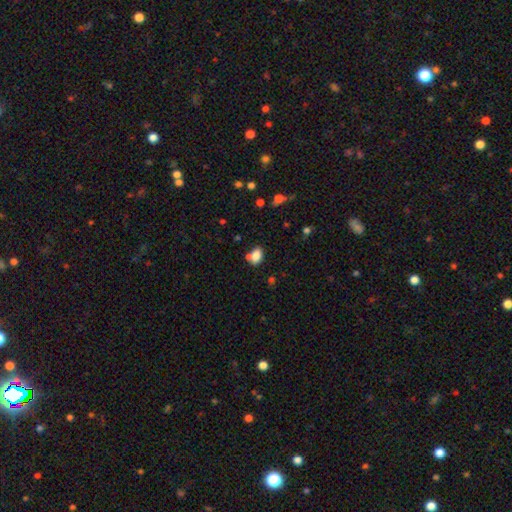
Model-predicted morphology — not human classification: A smooth galaxy with no disk features (82%) that is in between round and cigar-shaped (80%).

Vote fractions:
- Smooth or featured? smooth: 82% / star or artifact: 10% / featured or disk: 8%
- How rounded? in between: 80% / round: 18% / cigar-shaped: 2%
- Merging? none: 56% / merger: 22% / minor disturbance: 17% / major disturbance: 5%